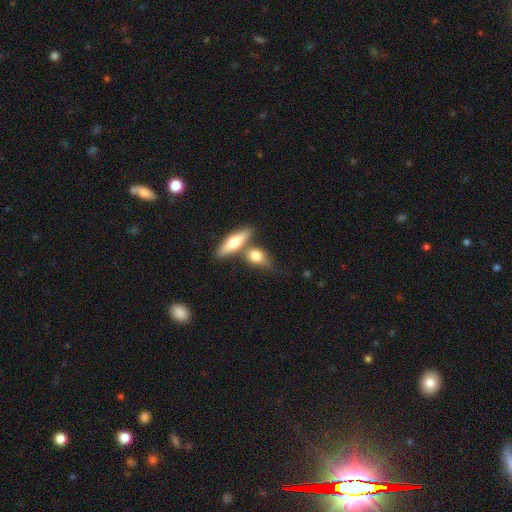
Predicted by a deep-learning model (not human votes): Q: Smooth or featured?
A: smooth (69%); runner-up: featured or disk (24%)
Q: How rounded?
A: in between (58%); runner-up: round (22%)
Q: Merging?
A: none (49%); runner-up: merger (35%)